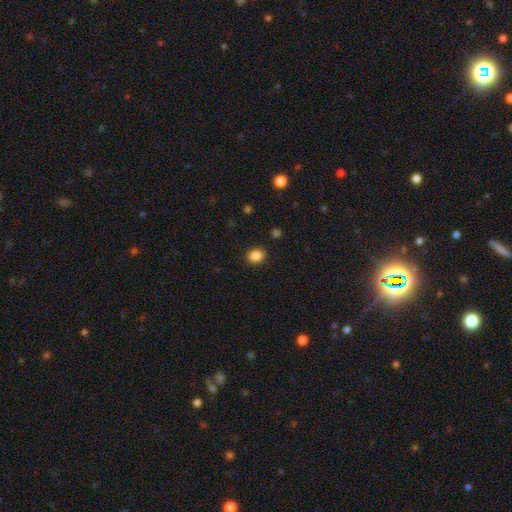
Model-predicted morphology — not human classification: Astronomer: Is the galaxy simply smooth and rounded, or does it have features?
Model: smooth — 87%.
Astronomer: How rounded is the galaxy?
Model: round — 52% (runner-up: in between, 47%).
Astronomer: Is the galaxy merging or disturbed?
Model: none — 89%.